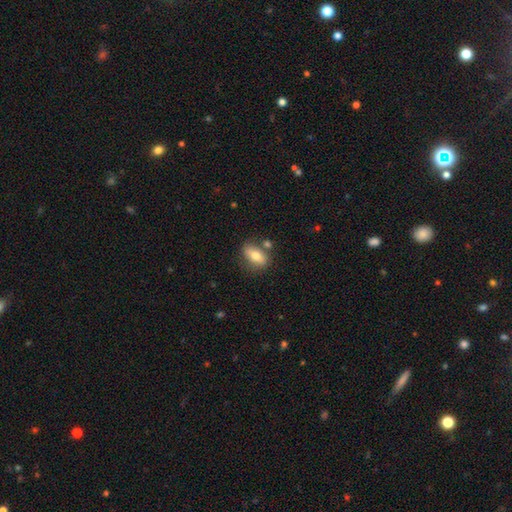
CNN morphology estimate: Smooth or featured: smooth — 70% (featured or disk — 23%)
How rounded: in between — 81% (cigar-shaped — 9%)
Merging: none — 70% (minor disturbance — 15%)